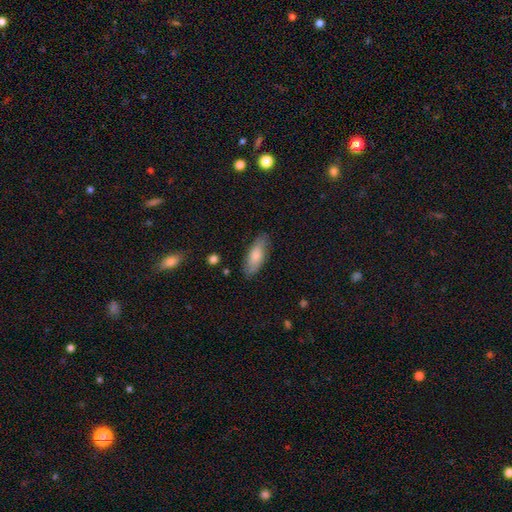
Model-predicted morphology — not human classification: The model was most divided on "how rounded": in between: 75%, cigar-shaped: 23%, round: 2%. More confident: merging — none (80%); smooth or featured — smooth (75%).